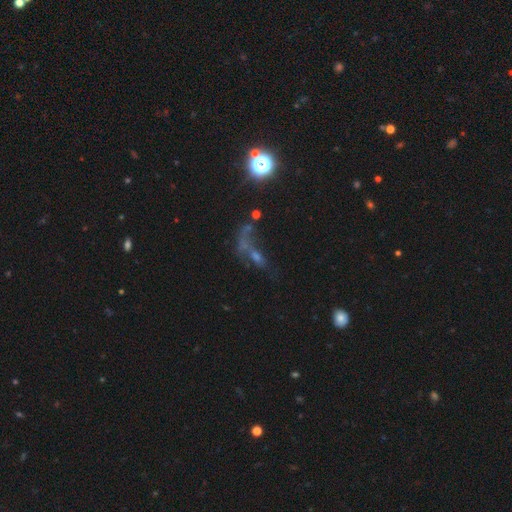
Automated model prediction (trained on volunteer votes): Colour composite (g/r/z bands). It shows a featured or disk galaxy (35%, tied with star or artifact). Merging: major disturbance (36%).